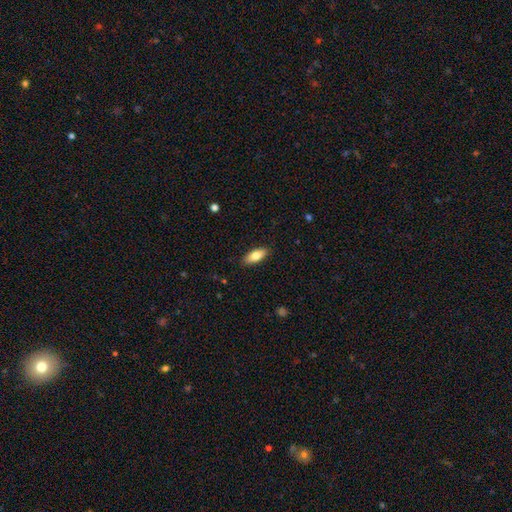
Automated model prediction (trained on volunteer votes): Smooth or featured? Predicted: smooth (p=0.79). How rounded? Predicted: in between (p=0.80). Merging? Predicted: none (p=0.88).